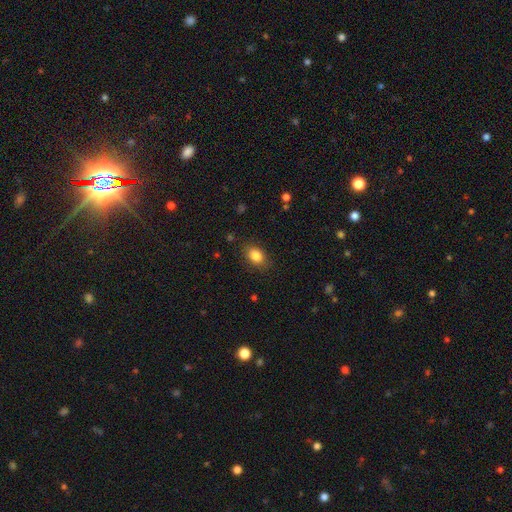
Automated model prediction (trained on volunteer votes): Smooth or featured: smooth — 85% (star or artifact — 9%)
How rounded: in between — 79% (round — 19%)
Merging: none — 84% (minor disturbance — 12%)